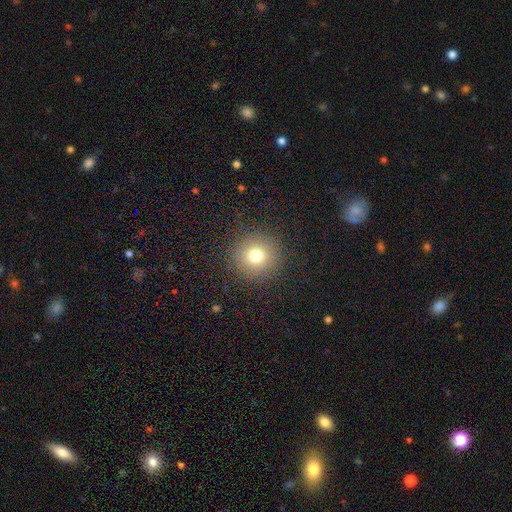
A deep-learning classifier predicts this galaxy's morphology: smooth 75%, star or artifact 15%, featured or disk 10%. Down the decision tree: how rounded — round (95%); merging — none (90%).